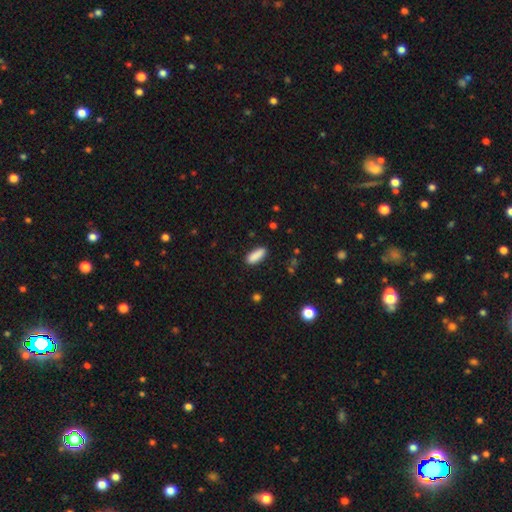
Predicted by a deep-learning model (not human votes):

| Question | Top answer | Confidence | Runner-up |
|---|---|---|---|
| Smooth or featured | smooth | 89% | star or artifact (7%) |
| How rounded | in between | 68% | cigar-shaped (30%) |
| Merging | none | 87% | minor disturbance (10%) |